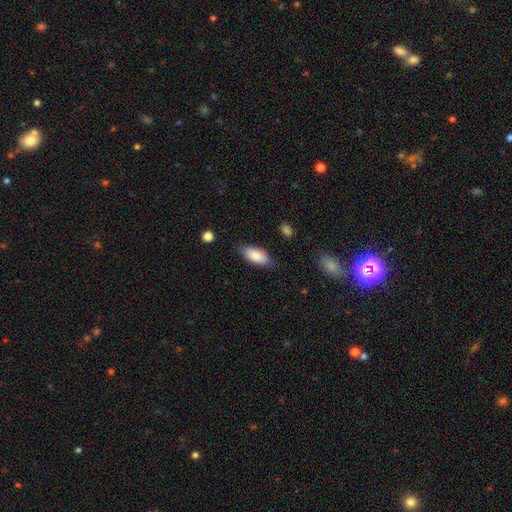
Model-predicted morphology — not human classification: smooth_or_featured: smooth (p=0.87) [alt: featured or disk p=0.07]
how_rounded: in between (p=0.82) [alt: cigar-shaped p=0.16]
merging: none (p=0.81) [alt: minor disturbance p=0.14]